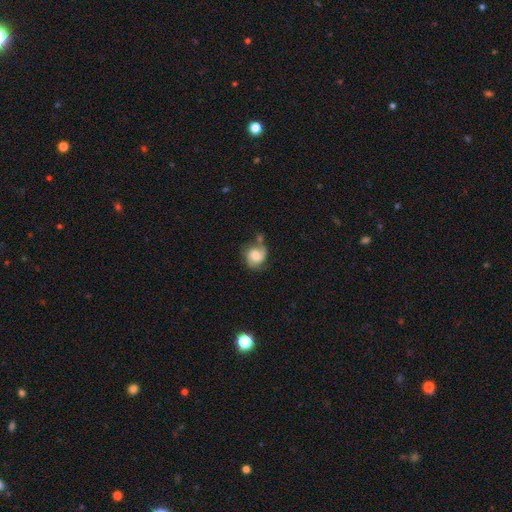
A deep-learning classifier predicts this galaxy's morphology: smooth_or_featured: featured or disk (p=0.49) [alt: smooth p=0.43]
merging: none (p=0.45) [alt: minor disturbance p=0.26]